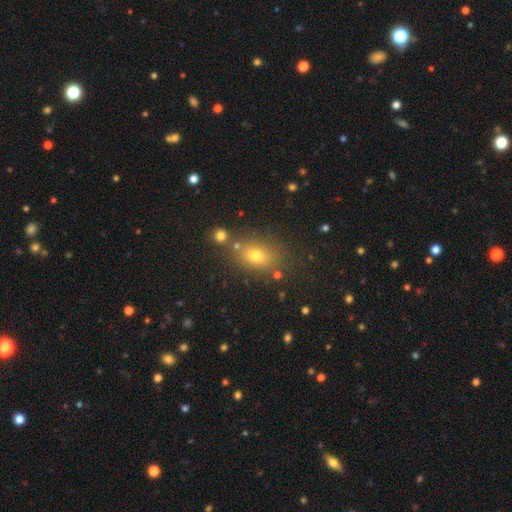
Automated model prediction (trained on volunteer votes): Q: Smooth or featured?
A: smooth (72%); runner-up: star or artifact (17%)
Q: How rounded?
A: in between (71%); runner-up: round (26%)
Q: Merging?
A: none (74%); runner-up: minor disturbance (12%)